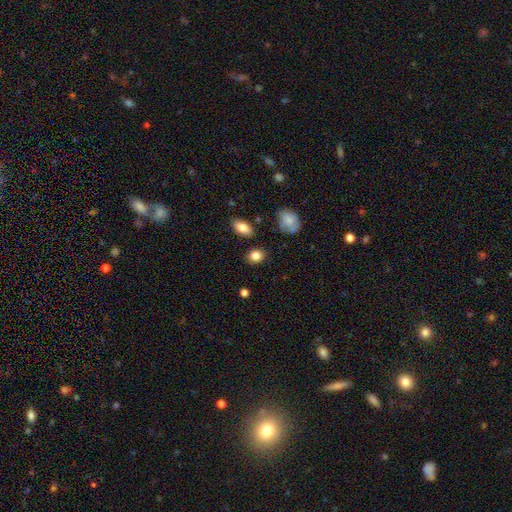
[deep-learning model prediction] Q: Smooth or featured?
A: smooth (85%); runner-up: star or artifact (9%)
Q: How rounded?
A: round (51%); runner-up: in between (48%)
Q: Merging?
A: none (83%); runner-up: minor disturbance (11%)